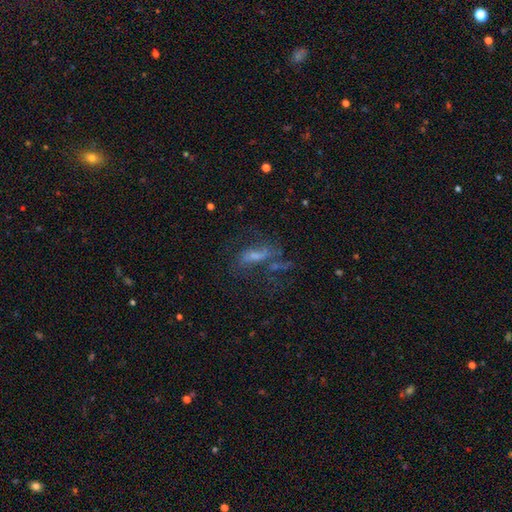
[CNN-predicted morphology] Q: Smooth or featured?
A: featured or disk (54%); runner-up: smooth (26%)
Q: Edge-on disk?
A: no (83%); runner-up: yes (17%)
Q: Merging?
A: none (44%); runner-up: major disturbance (30%)